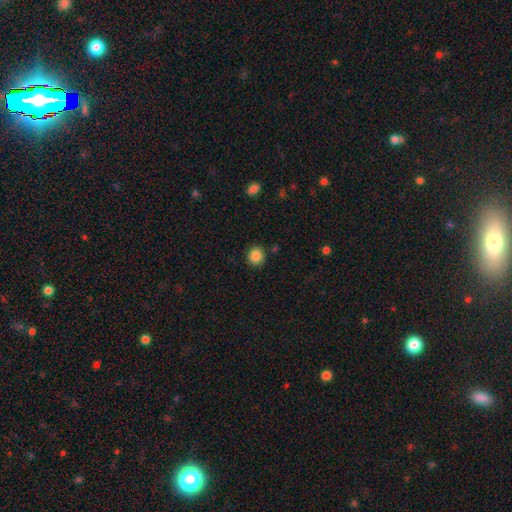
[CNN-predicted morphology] Smooth or featured? smooth (86%)
How rounded? round (86%)
Merging? none (89%)